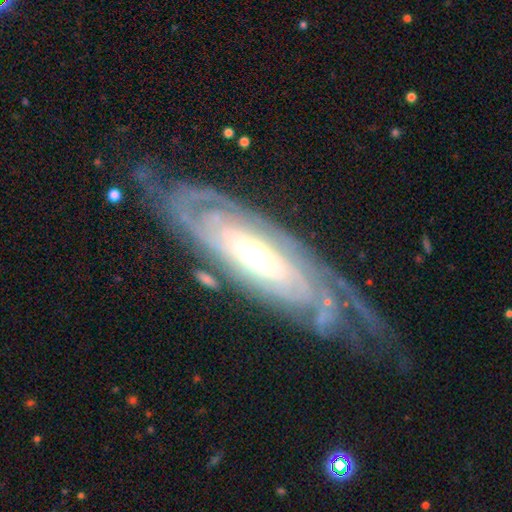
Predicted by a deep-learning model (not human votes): smooth-or-featured: featured or disk: 86% | smooth: 9% | star or artifact: 5%
  disk-edge-on: no: 83% | yes: 17%
    bar: no: 51% | weak: 29% | strong: 20%
    has-spiral-arms: yes: 92% | no: 8%
      spiral-winding: tight: 74% | medium: 21% | loose: 5%
      spiral-arm-count: can't tell: 50% | 2: 18% | 3: 11% | 4: 8% | more than 4: 7% | 1: 5%
    bulge-size: moderate: 59% | small: 22% | large: 16% | dominant: 2% | none: 1%
  merging: none: 64% | minor disturbance: 21% | major disturbance: 12% | merger: 2%